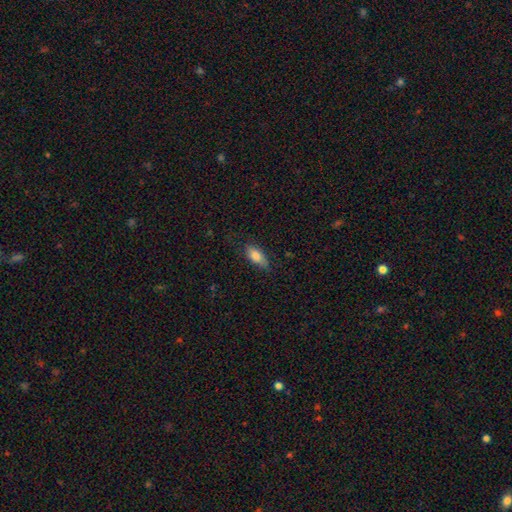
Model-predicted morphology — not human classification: A smooth galaxy with no disk features (81%) that is in between round and cigar-shaped (84%). Merging: none (73%).